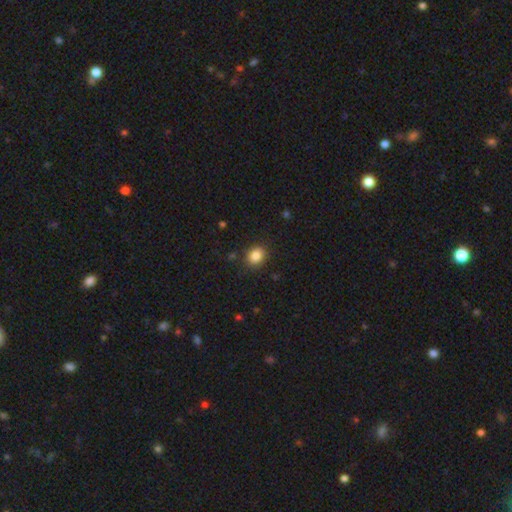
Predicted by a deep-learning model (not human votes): Smooth or featured: smooth — 85% (star or artifact — 10%)
How rounded: round — 62% (in between — 37%)
Merging: none — 87% (minor disturbance — 9%)